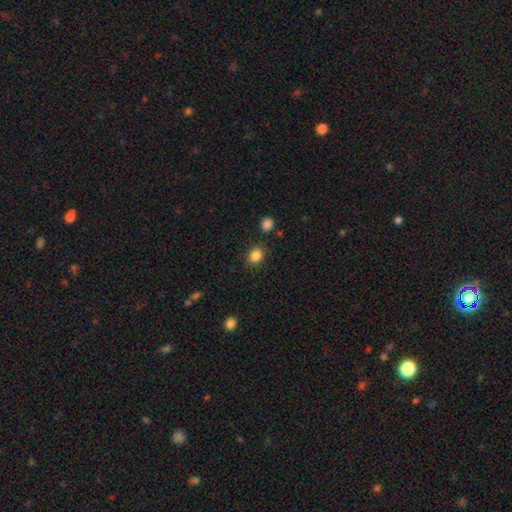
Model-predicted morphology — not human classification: A smooth galaxy with no disk features (86%) that is round (65%). Merging: none (84%).